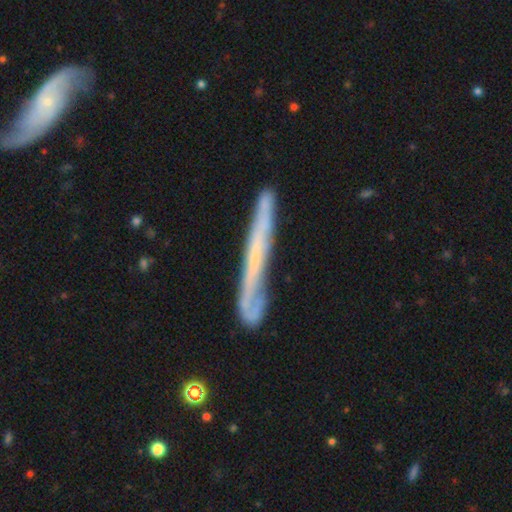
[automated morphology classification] A featured or disk galaxy (62%) viewed edge-on (83%) with no central bulge (84%).

Vote fractions:
- Smooth or featured? featured or disk: 62% / smooth: 30% / star or artifact: 7%
- Edge-on disk? yes: 83% / no: 17%
- Edge-on bulge? none: 84% / rounded: 11% / boxy: 5%
- Merging? none: 67% / minor disturbance: 21% / major disturbance: 7% / merger: 4%